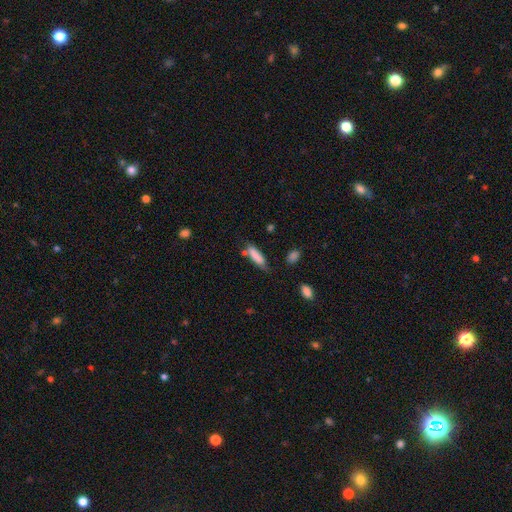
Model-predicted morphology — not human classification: Smooth or featured? Predicted: smooth (p=0.81). How rounded? Predicted: cigar-shaped (p=0.64). Merging? Predicted: none (p=0.57).